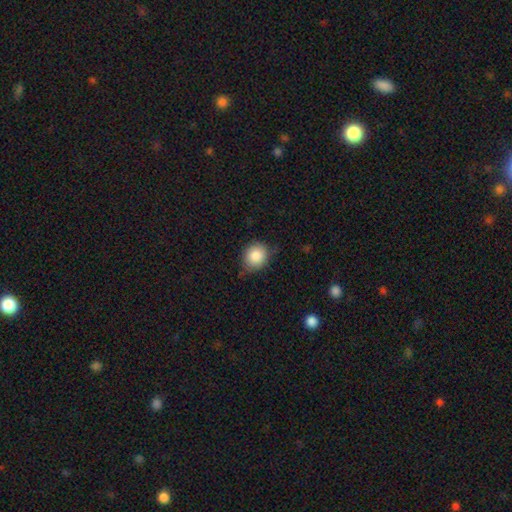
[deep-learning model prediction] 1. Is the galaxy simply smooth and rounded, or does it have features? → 86% smooth, 8% star or artifact, 6% featured or disk.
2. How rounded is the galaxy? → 72% round, 27% in between, 1% cigar-shaped.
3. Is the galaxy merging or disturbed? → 71% none, 23% minor disturbance, 4% major disturbance, 2% merger.